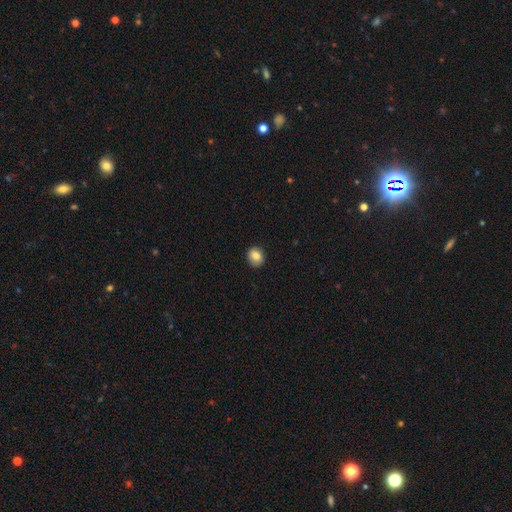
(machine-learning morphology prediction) The model was most divided on "how rounded": round: 71%, in between: 28%, cigar-shaped: 1%. More confident: merging — none (88%); smooth or featured — smooth (84%).